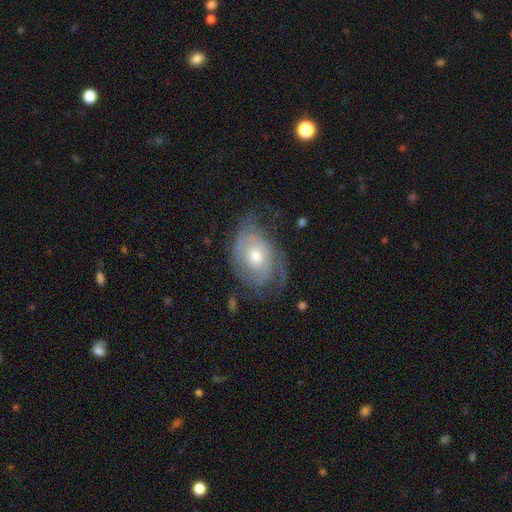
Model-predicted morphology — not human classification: This is likely a featured or disk galaxy (72%). It is clearly not viewed edge-on (95%). Bar: likely no (79%). Spiral arm pattern: clearly yes (81%). Spiral arm count: marginally can't tell (39%). Spiral winding: possibly tight (55%). Central bulge: likely moderate (67%). Merging: possibly none (53%).